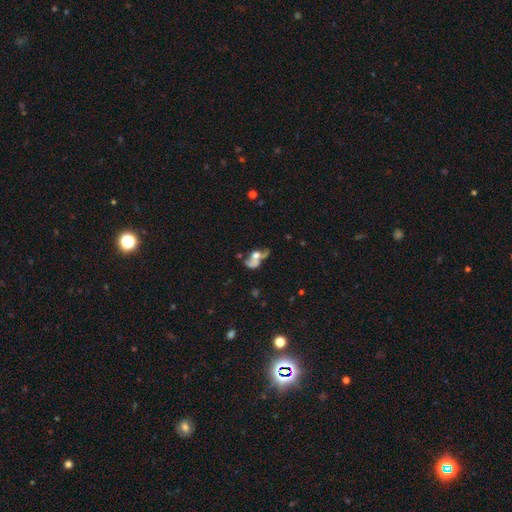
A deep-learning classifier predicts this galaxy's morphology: This is marginally a smooth galaxy (43%). Merging: marginally merger (44%).